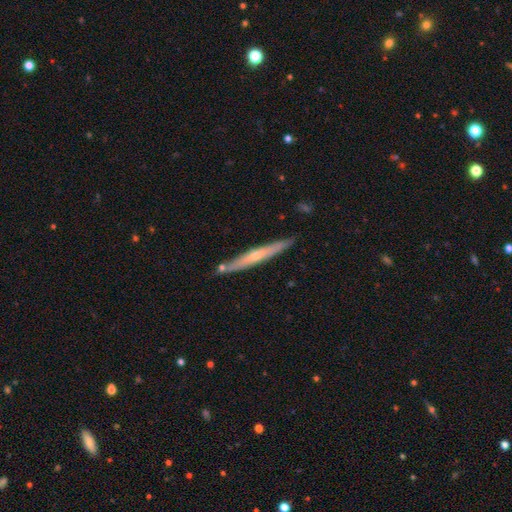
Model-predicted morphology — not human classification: Smooth or featured: featured or disk — 62% (smooth — 32%)
Edge-on disk: yes — 95% (no — 5%)
Edge-on bulge: rounded — 60% (none — 37%)
Merging: none — 86% (minor disturbance — 9%)